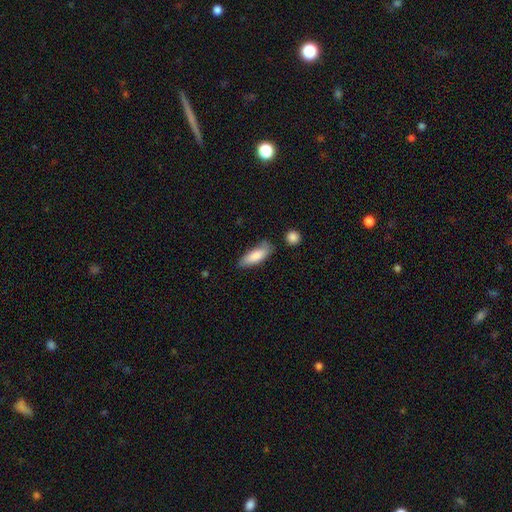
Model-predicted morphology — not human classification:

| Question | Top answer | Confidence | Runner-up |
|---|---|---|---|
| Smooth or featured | smooth | 83% | featured or disk (11%) |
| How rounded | in between | 66% | cigar-shaped (32%) |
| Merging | none | 69% | minor disturbance (22%) |